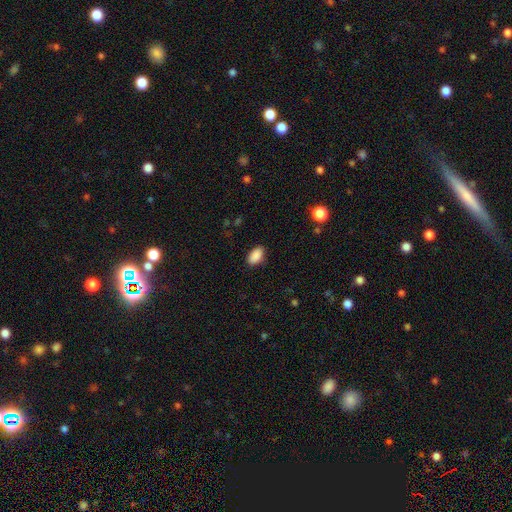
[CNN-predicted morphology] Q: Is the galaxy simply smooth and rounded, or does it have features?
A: smooth — 90%.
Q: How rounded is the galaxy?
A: in between — 93%.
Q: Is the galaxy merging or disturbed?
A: none — 86%.